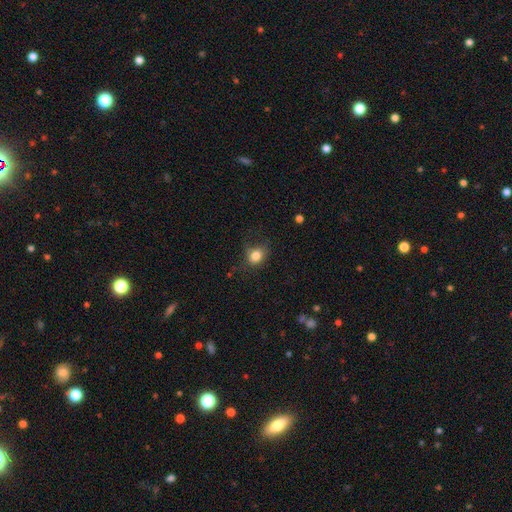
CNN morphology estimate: A smooth galaxy with no disk features (81%) that is round (56%).

Vote fractions:
- Smooth or featured? smooth: 81% / star or artifact: 11% / featured or disk: 8%
- How rounded? round: 56% / in between: 43% / cigar-shaped: 1%
- Merging? none: 61% / minor disturbance: 25% / major disturbance: 12% / merger: 2%